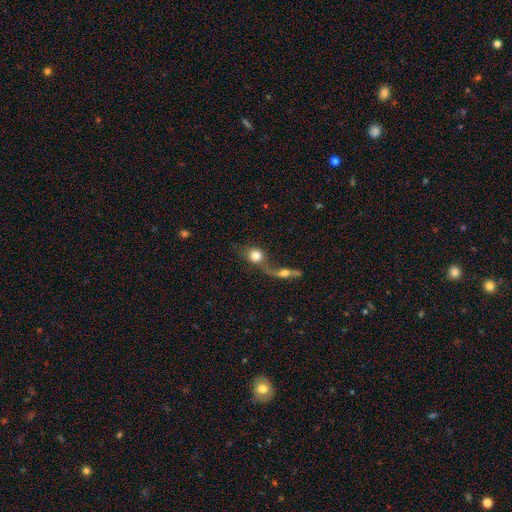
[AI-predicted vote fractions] Smooth or featured? Predicted: smooth (p=0.70). How rounded? Predicted: round (p=0.68). Merging? Predicted: merger (p=0.61).